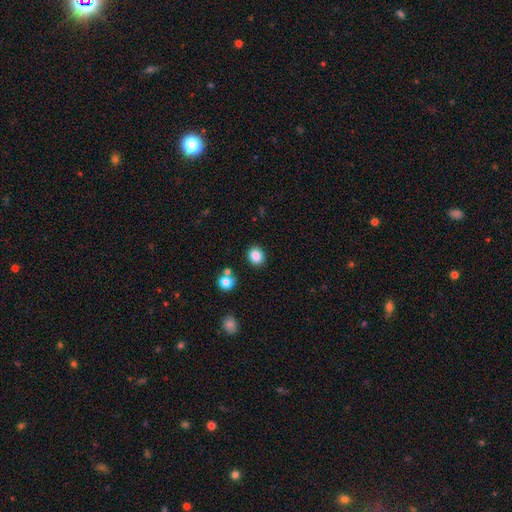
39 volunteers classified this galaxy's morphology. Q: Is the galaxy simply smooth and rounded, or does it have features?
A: smooth — 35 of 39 (90%).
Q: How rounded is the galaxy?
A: round — 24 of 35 (69%).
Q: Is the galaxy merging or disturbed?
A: none — 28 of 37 (76%).